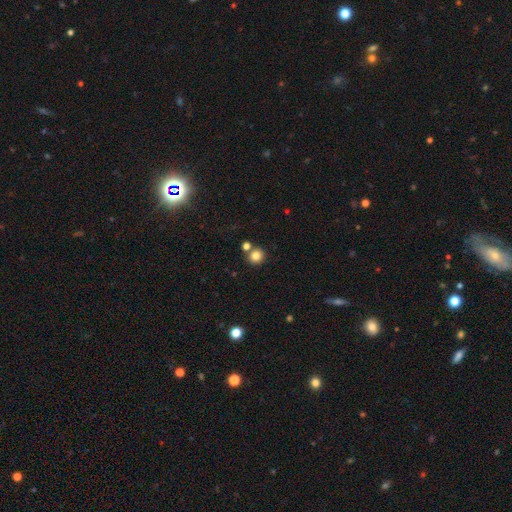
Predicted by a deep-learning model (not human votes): smooth_or_featured: smooth (p=0.82) [alt: star or artifact p=0.12]
how_rounded: round (p=0.89) [alt: in between p=0.10]
merging: none (p=0.74) [alt: merger p=0.16]